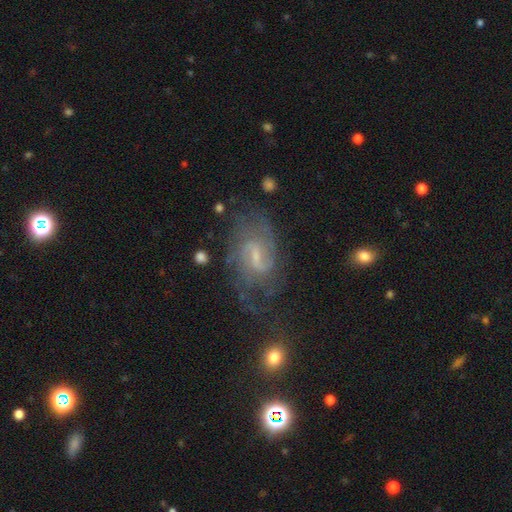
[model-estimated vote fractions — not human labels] Smooth or featured? featured or disk (79%)
Edge-on disk? no (96%)
Bar? weak (63%)
Spiral arms? yes (92%)
Spiral winding? medium (45%)
Spiral arm count? 2 (46%)
Bulge size? small (58%)
Merging? none (64%)